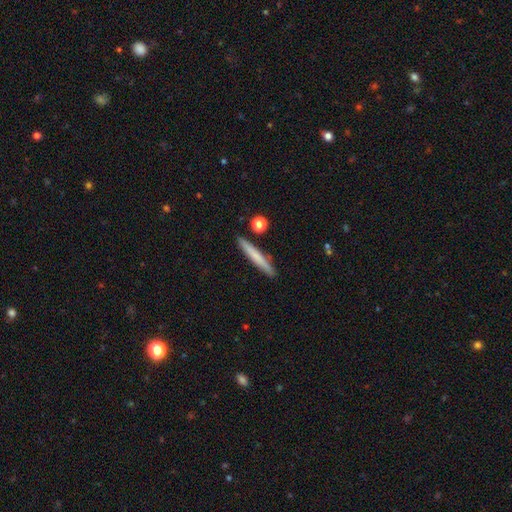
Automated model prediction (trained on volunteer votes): A smooth galaxy with no disk features (65%) that is cigar-shaped (96%). Merging: none (89%).